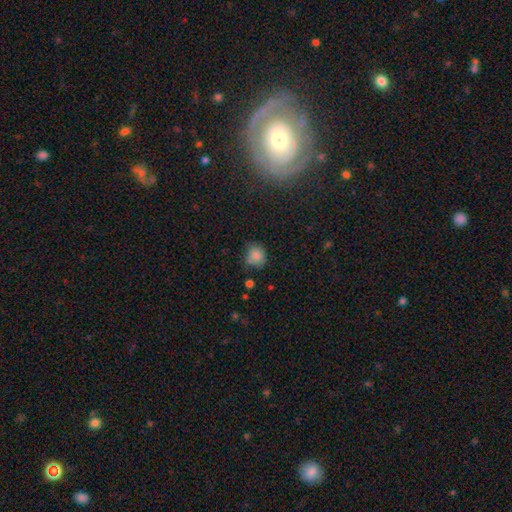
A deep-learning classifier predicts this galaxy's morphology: Smooth or featured?
  - smooth: 82% *
  - star or artifact: 11%
  - featured or disk: 6%
How rounded?
  - round: 73% *
  - in between: 26%
  - cigar-shaped: 1%
Merging?
  - none: 63% *
  - minor disturbance: 26%
  - major disturbance: 6%
  - merger: 5%